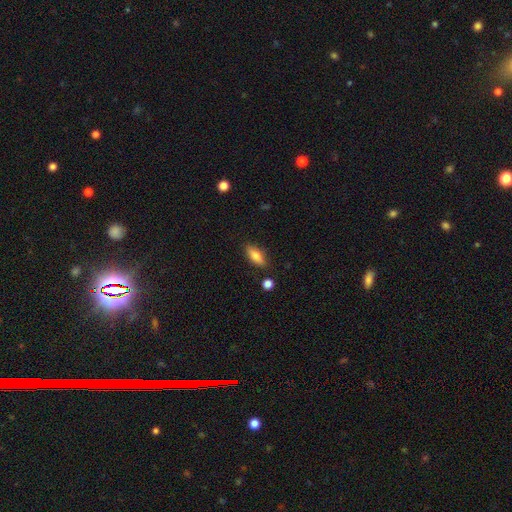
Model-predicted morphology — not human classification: Smooth or featured? Predicted: smooth (p=0.77). How rounded? Predicted: in between (p=0.74). Merging? Predicted: none (p=0.84).